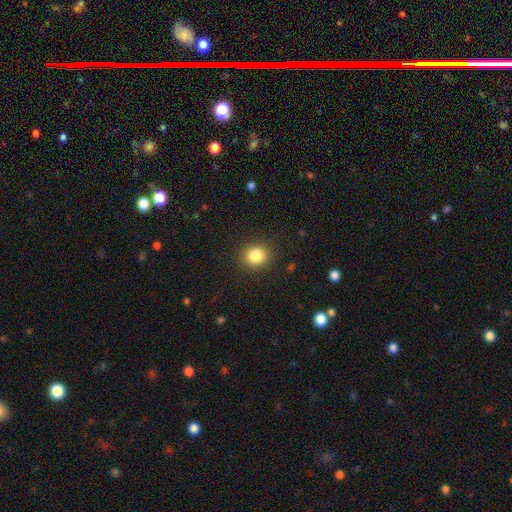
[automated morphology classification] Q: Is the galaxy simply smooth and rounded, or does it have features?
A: smooth — 84%.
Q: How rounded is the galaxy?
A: round — 80%.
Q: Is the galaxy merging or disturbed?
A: none — 89%.